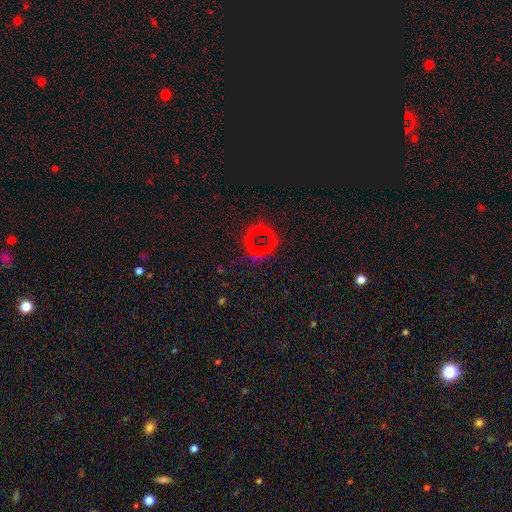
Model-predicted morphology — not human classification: Smooth or featured?
  - star or artifact: 61% *
  - smooth: 29%
  - featured or disk: 10%